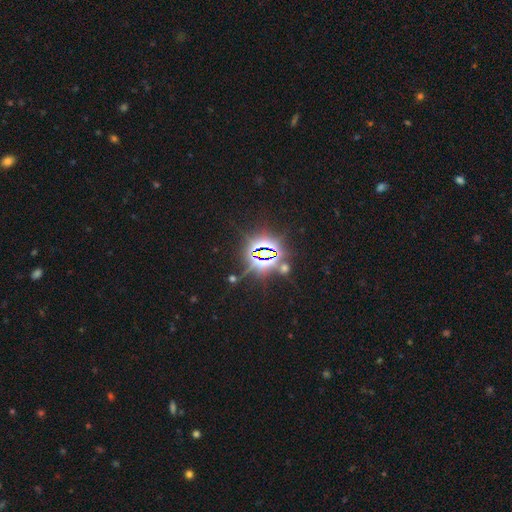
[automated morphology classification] A star or artifact, not a galaxy (82%).

Vote fractions:
- Smooth or featured? star or artifact: 82% / smooth: 10% / featured or disk: 8%